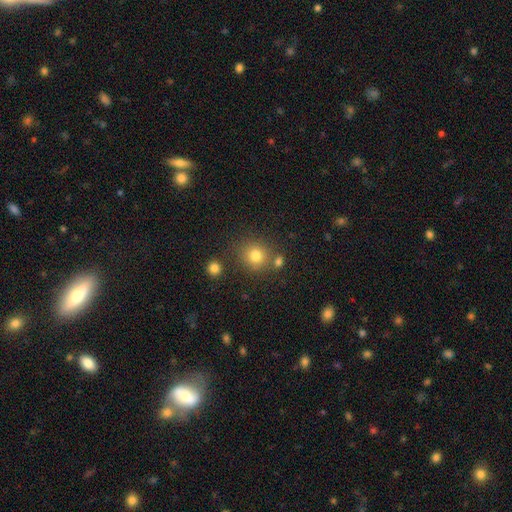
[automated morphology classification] smooth_or_featured: smooth (p=0.79) [alt: star or artifact p=0.13]
how_rounded: round (p=0.87) [alt: in between p=0.12]
merging: none (p=0.74) [alt: merger p=0.12]